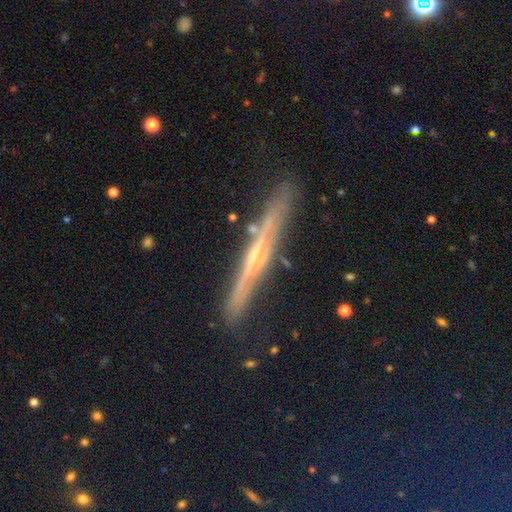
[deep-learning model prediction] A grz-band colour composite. It shows a featured or disk galaxy (63%) viewed edge-on (92%) with a rounded central bulge (45%, tied with none). Merging: none (84%).